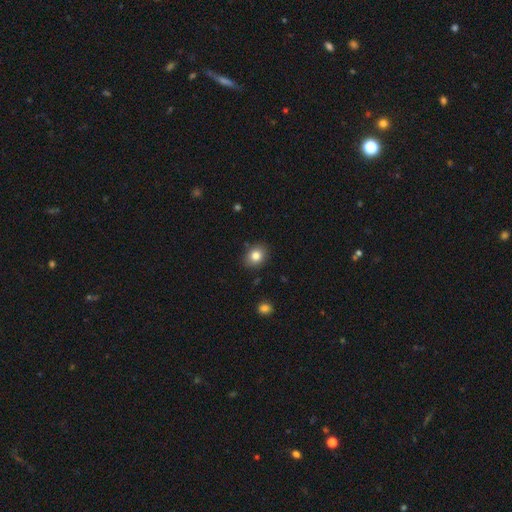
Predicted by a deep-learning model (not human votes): Morphology: type=smooth (82%); roundness=round (54%); merging=none (86%).